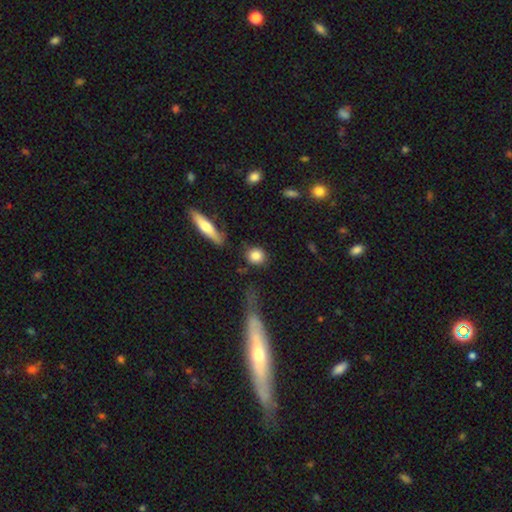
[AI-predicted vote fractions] smooth-or-featured: smooth: 84% | featured or disk: 8% | star or artifact: 8%
  how-rounded: round: 80% | in between: 16% | cigar-shaped: 4%
  merging: none: 76% | minor disturbance: 13% | merger: 6% | major disturbance: 6%